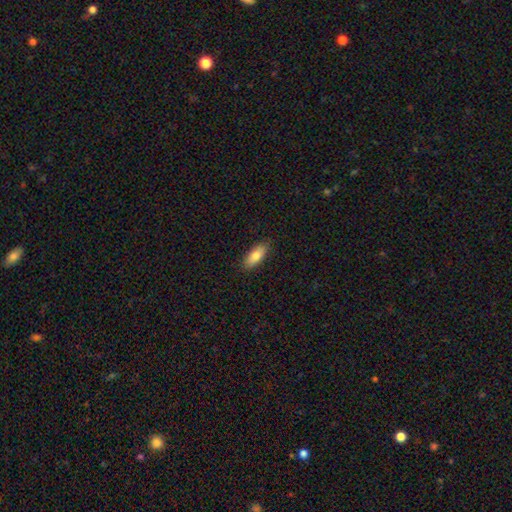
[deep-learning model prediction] Smooth or featured? Predicted: smooth (p=0.82). How rounded? Predicted: in between (p=0.76). Merging? Predicted: none (p=0.88).